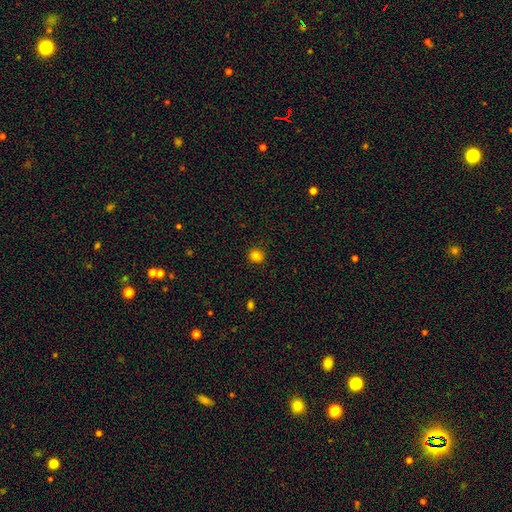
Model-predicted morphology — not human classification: smooth-or-featured: smooth: 82% | star or artifact: 13% | featured or disk: 5%
  how-rounded: round: 85% | in between: 14% | cigar-shaped: 1%
  merging: none: 88% | minor disturbance: 9% | major disturbance: 2% | merger: 1%